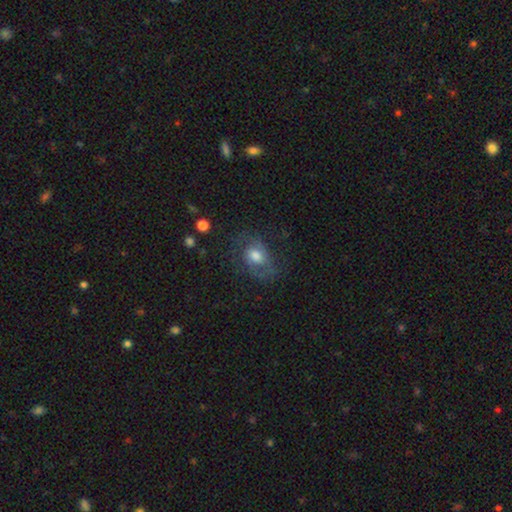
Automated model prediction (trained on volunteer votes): Smooth or featured: featured or disk — 46% (smooth — 43%)
Merging: none — 56% (minor disturbance — 23%)